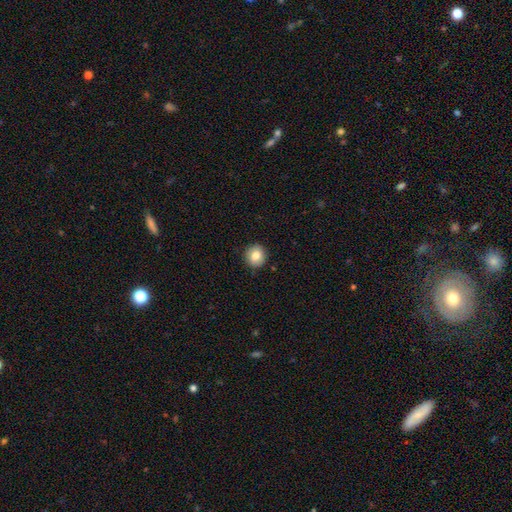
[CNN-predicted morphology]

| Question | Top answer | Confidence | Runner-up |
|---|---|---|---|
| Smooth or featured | smooth | 81% | featured or disk (10%) |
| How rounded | round | 91% | in between (8%) |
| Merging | none | 91% | minor disturbance (6%) |